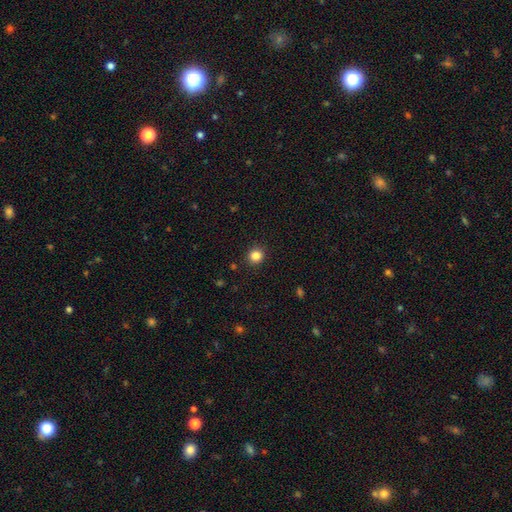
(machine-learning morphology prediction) smooth 84%, star or artifact 12%, featured or disk 4%. Down the decision tree: how rounded — round (87%); merging — none (91%).